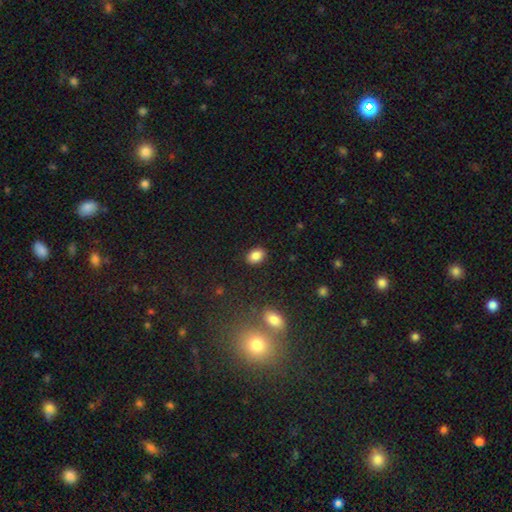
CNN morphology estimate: Smooth or featured?
  - smooth: 86% *
  - star or artifact: 9%
  - featured or disk: 5%
How rounded?
  - in between: 75% *
  - round: 24%
  - cigar-shaped: 1%
Merging?
  - none: 88% *
  - minor disturbance: 8%
  - major disturbance: 2%
  - merger: 1%